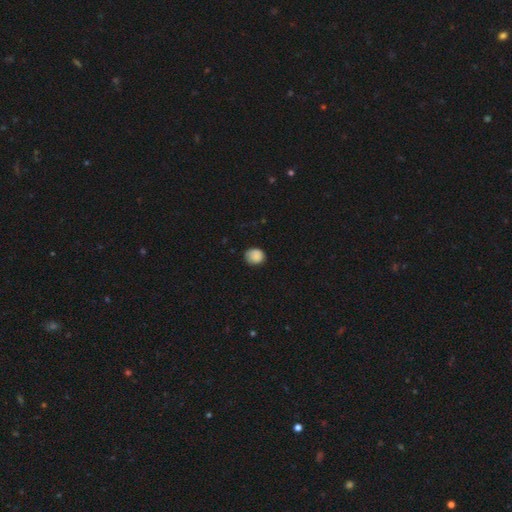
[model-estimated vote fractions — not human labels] The model was most divided on "how rounded": round: 72%, in between: 27%, cigar-shaped: 1%. More confident: smooth or featured — smooth (86%); merging — none (72%).